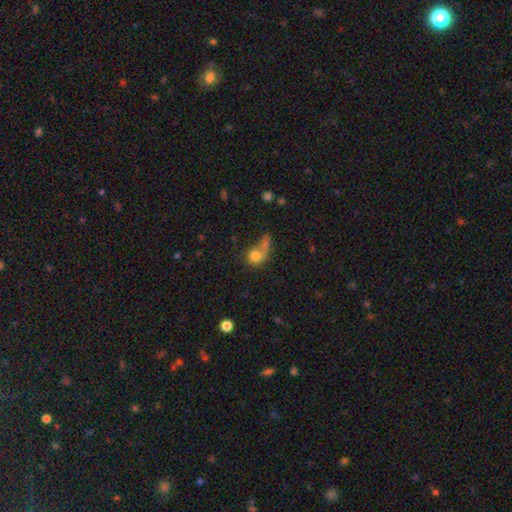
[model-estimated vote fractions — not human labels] smooth 61%, featured or disk 20%, star or artifact 19%. Down the decision tree: how rounded — round (66%); merging — none (35%).